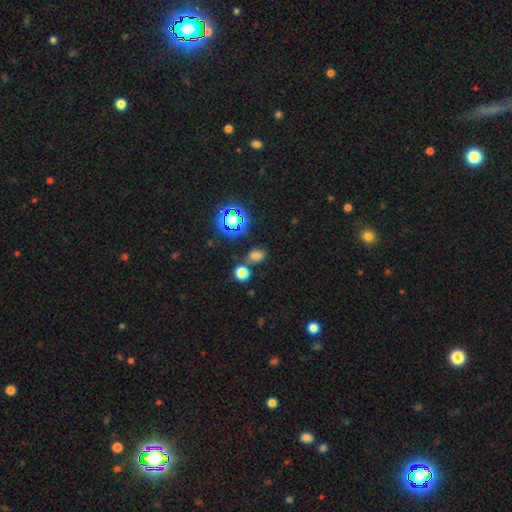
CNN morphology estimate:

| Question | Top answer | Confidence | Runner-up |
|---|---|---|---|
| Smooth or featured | smooth | 63% | star or artifact (29%) |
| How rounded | in between | 60% | round (38%) |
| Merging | none | 66% | merger (17%) |